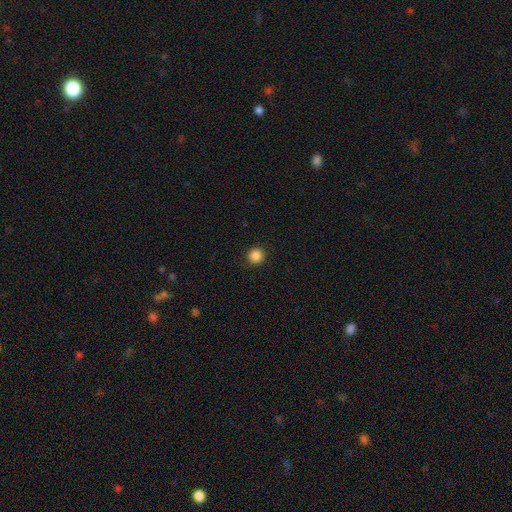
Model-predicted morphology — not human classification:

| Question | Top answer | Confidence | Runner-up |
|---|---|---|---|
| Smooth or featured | smooth | 87% | star or artifact (10%) |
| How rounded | round | 93% | in between (6%) |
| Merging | none | 92% | minor disturbance (5%) |